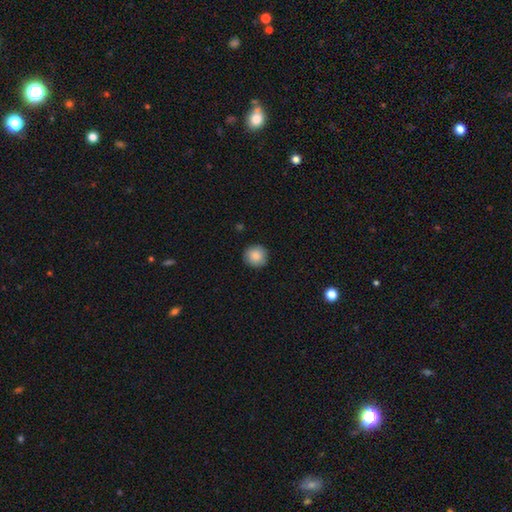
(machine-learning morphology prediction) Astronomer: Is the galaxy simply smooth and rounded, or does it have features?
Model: smooth — 86%.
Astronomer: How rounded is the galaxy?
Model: round — 94%.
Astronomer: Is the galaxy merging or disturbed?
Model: none — 91%.